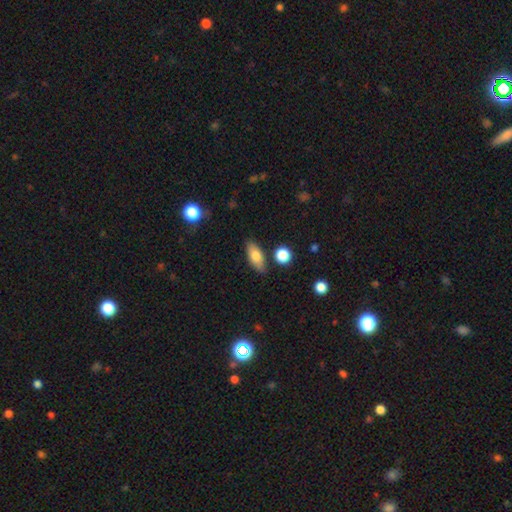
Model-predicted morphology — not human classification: Smooth or featured? smooth (73%)
How rounded? in between (76%)
Merging? none (83%)